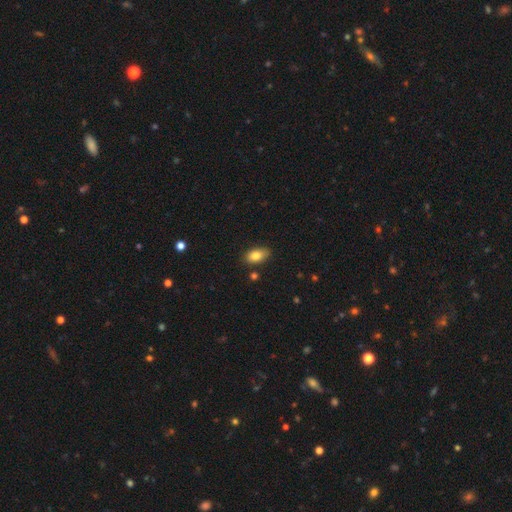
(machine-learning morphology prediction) This is clearly a smooth galaxy (84%). How rounded: clearly in between (90%). Merging: likely none (80%).